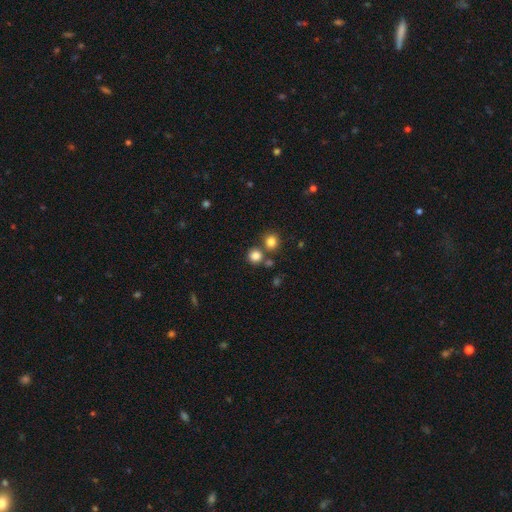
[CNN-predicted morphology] A smooth galaxy with no disk features (82%) that is round (89%). Merging: none (69%).